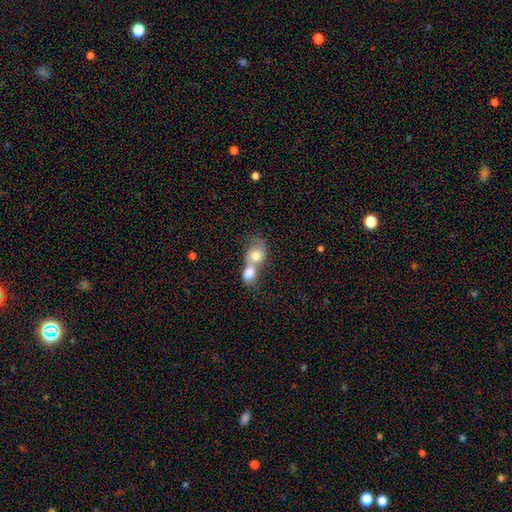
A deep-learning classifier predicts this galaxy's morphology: This is likely a smooth galaxy (72%). How rounded: possibly round (54%). Merging: clearly merger (82%).